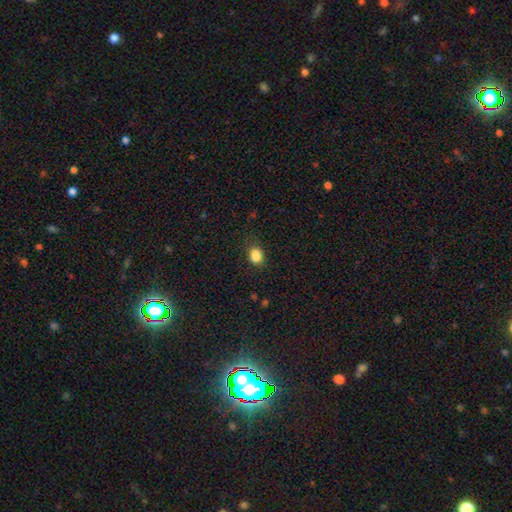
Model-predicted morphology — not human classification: Overall: smooth (85%). How rounded: in between (70%). Merging: none (73%).